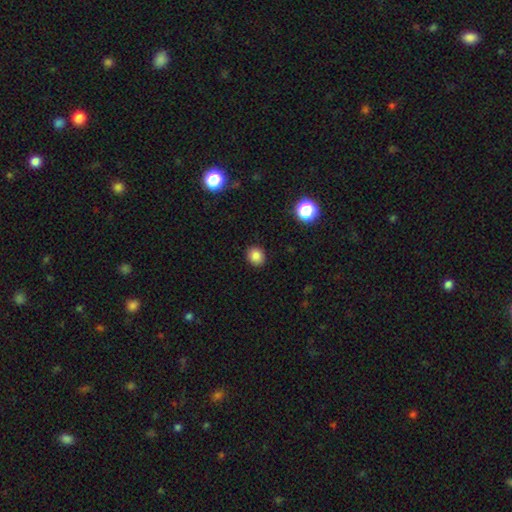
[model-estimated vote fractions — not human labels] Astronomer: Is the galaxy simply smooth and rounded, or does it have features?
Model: smooth — 84%.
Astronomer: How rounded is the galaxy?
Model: round — 74%.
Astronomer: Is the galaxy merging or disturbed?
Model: none — 90%.